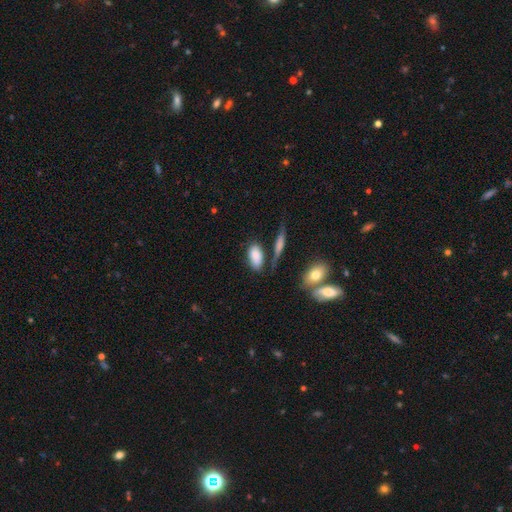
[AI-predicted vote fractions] Smooth or featured? smooth (82%)
How rounded? in between (90%)
Merging? none (60%)